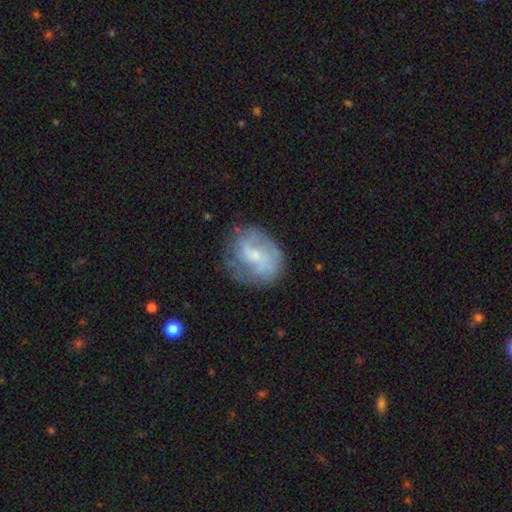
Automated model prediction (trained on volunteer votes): Q: Smooth or featured?
A: featured or disk (65%); runner-up: smooth (27%)
Q: Edge-on disk?
A: no (97%); runner-up: yes (3%)
Q: Bar?
A: no (48%); runner-up: weak (43%)
Q: Spiral arms?
A: yes (80%); runner-up: no (20%)
Q: Spiral winding?
A: medium (40%); runner-up: loose (31%)
Q: Spiral arm count?
A: 2 (41%); runner-up: can't tell (35%)
Q: Bulge size?
A: small (63%); runner-up: moderate (25%)
Q: Merging?
A: none (67%); runner-up: minor disturbance (21%)